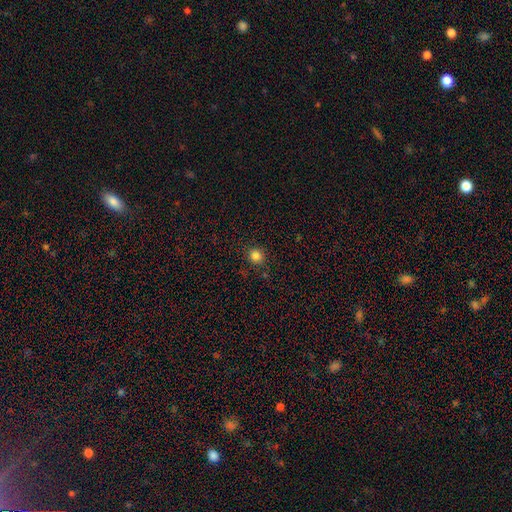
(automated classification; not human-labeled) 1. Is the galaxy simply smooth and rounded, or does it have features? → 83% smooth, 13% star or artifact, 4% featured or disk.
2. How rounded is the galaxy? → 88% round, 11% in between, 1% cigar-shaped.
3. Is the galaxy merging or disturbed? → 87% none, 8% minor disturbance, 3% major disturbance, 2% merger.